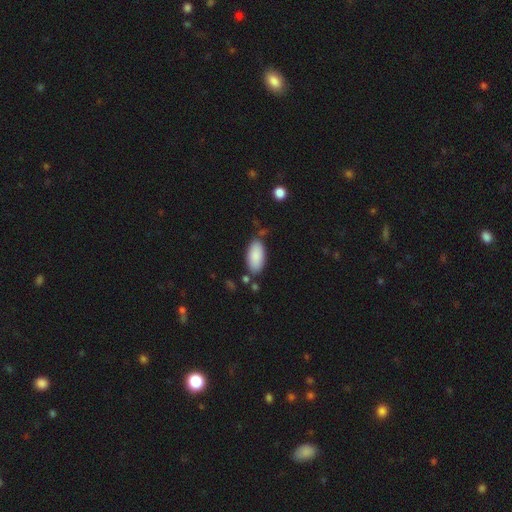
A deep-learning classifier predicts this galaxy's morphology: smooth-or-featured: smooth: 89% | star or artifact: 6% | featured or disk: 5%
  how-rounded: in between: 93% | cigar-shaped: 6% | round: 2%
  merging: none: 75% | minor disturbance: 15% | merger: 6% | major disturbance: 4%